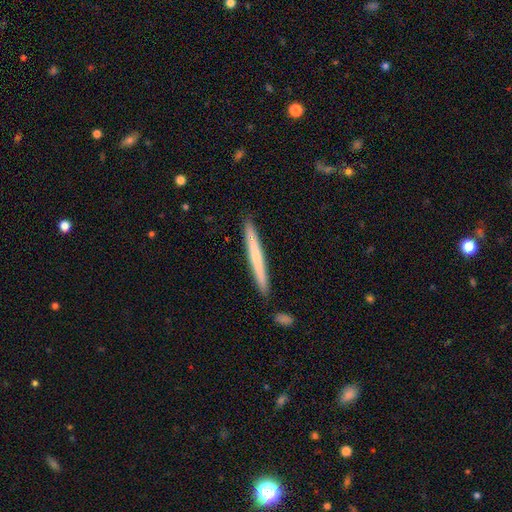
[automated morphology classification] Smooth or featured?
  - featured or disk: 47% *
  - smooth: 46%
  - star or artifact: 7%
Merging?
  - none: 90% *
  - minor disturbance: 7%
  - merger: 2%
  - major disturbance: 1%